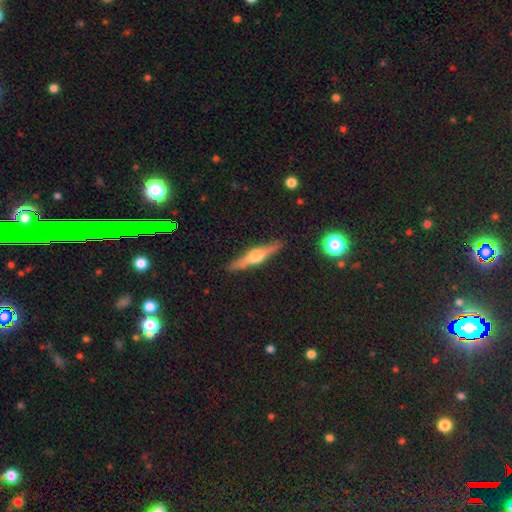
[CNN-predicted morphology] smooth_or_featured: featured or disk (p=0.71) [alt: smooth p=0.23]
disk_edge_on: yes (p=0.97) [alt: no p=0.03]
edge_on_bulge: rounded (p=0.92) [alt: boxy p=0.05]
merging: none (p=0.90) [alt: minor disturbance p=0.07]